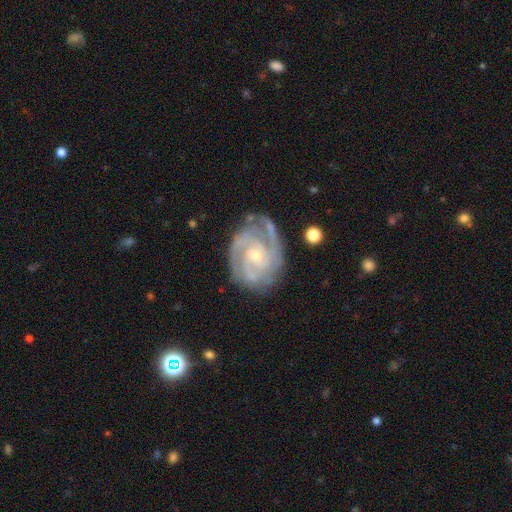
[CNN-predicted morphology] Overall: featured or disk (90%). Edge-on disk: no (98%). Bar: no (64%; weak 29%). Spiral arms: yes (98%). Spiral arm count: 3 (36%; 2 30%). Spiral winding: tight (65%; medium 31%). Bulge size: small (69%). Merging: none (73%).